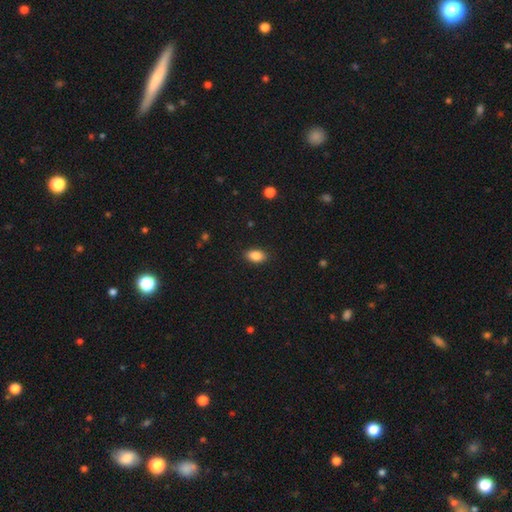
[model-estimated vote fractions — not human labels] Morphology: type=smooth (86%); roundness=in between (90%); merging=none (88%).